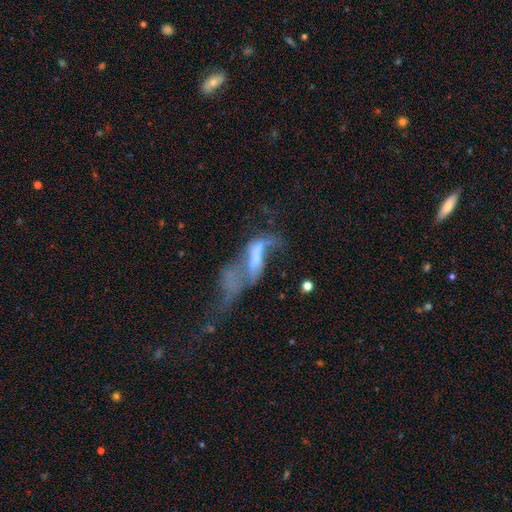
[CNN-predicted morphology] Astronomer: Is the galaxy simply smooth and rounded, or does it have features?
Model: featured or disk — 58%.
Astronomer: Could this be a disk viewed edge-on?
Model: no — 88%.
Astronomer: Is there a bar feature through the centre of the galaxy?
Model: no — 63%.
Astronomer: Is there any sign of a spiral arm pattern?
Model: no — 71%.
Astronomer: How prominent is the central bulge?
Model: none — 46% (runner-up: small, 24%).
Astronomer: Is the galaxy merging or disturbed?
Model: merger — 43% (runner-up: major disturbance, 38%).